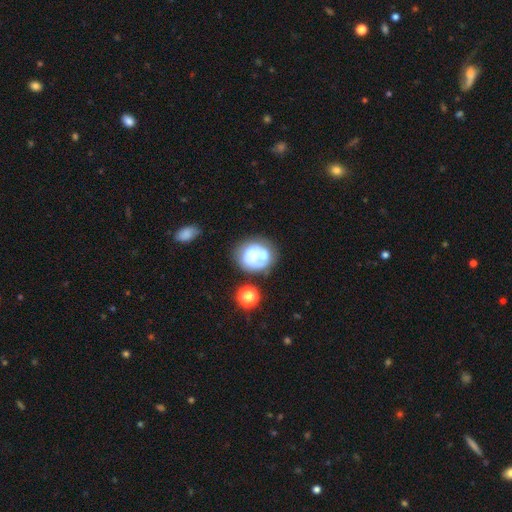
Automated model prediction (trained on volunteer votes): smooth 47%, featured or disk 43%, star or artifact 11%. Down the decision tree: merging — none (45%).